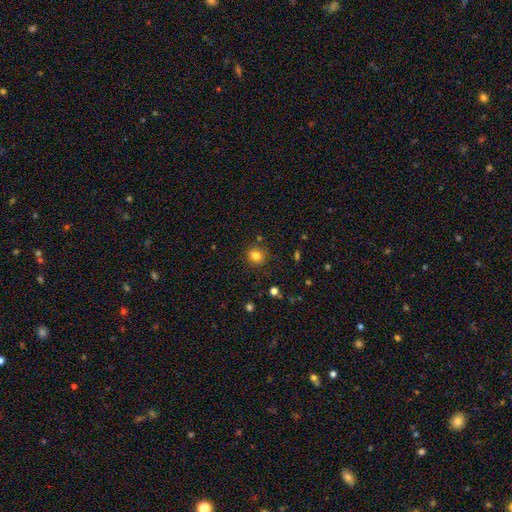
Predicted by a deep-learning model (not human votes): Smooth or featured?
  - smooth: 82% *
  - star or artifact: 12%
  - featured or disk: 6%
How rounded?
  - round: 82% *
  - in between: 17%
  - cigar-shaped: 1%
Merging?
  - none: 84% *
  - minor disturbance: 10%
  - merger: 3%
  - major disturbance: 3%